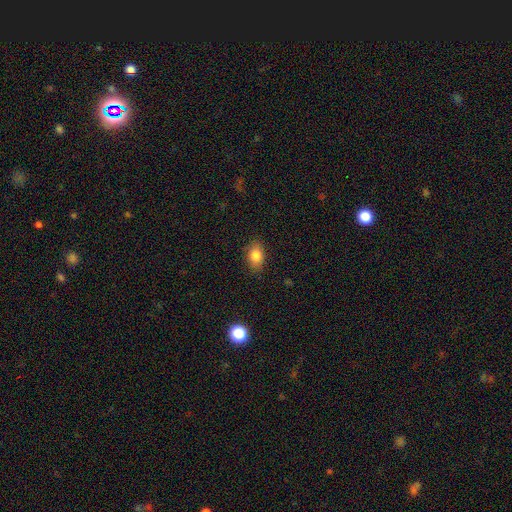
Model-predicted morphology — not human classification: type=smooth (83%); roundness=in between (79%); merging=none (85%).